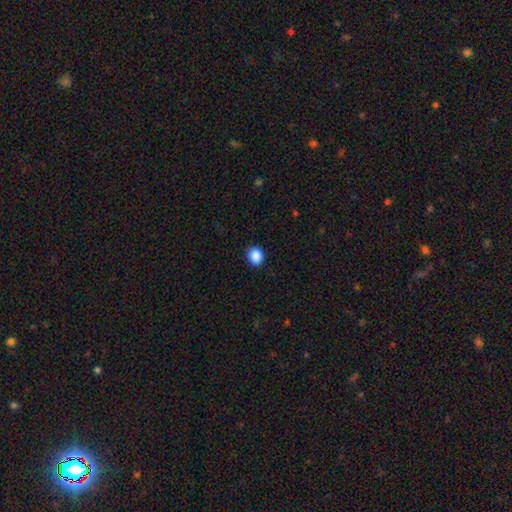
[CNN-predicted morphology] type=smooth (89%); roundness=round (76%); merging=none (90%).